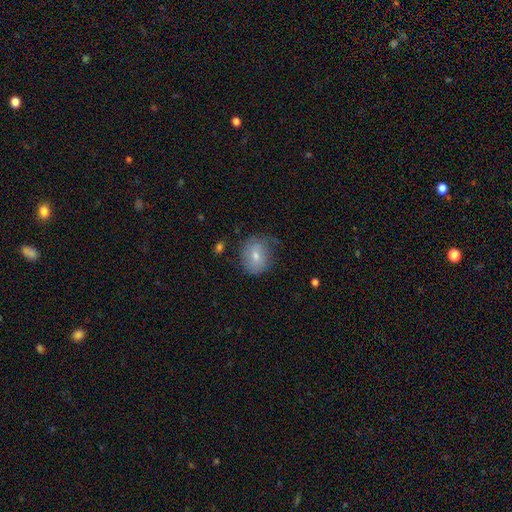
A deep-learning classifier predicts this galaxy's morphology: This appears to be a smooth galaxy with no disk features (60%) that is round (68%). Merging: none (66%).